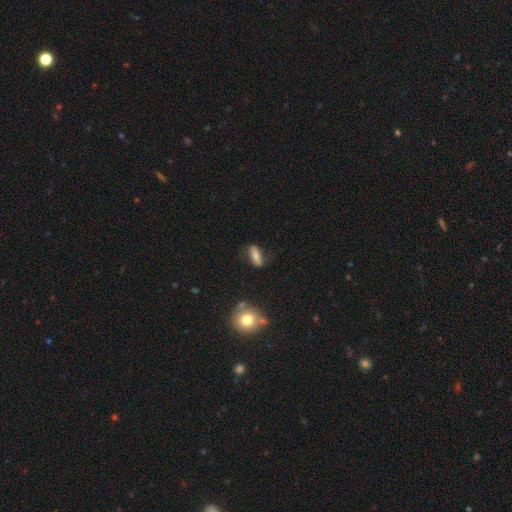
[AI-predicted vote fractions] Morphology: type=smooth (59%); roundness=in between (65%); merging=none (73%).